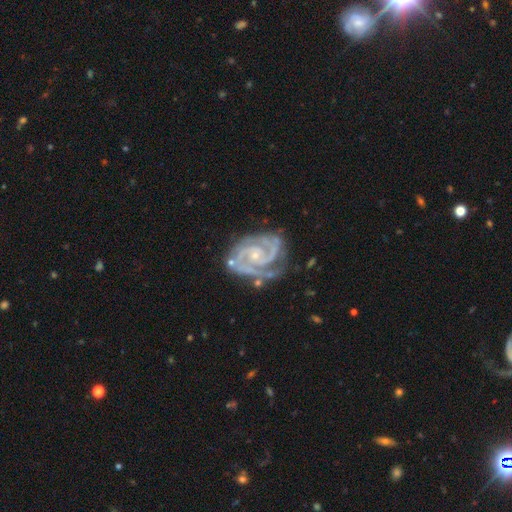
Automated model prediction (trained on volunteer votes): Smooth or featured? Predicted: featured or disk (p=0.93). Edge-on disk? Predicted: no (p=0.98). Bar? Predicted: no (p=0.60). Spiral arms? Predicted: yes (p=0.99). Spiral winding? Predicted: tight (p=0.63). Spiral arm count? Predicted: 2 (p=0.66). Bulge size? Predicted: small (p=0.73). Merging? Predicted: none (p=0.66).